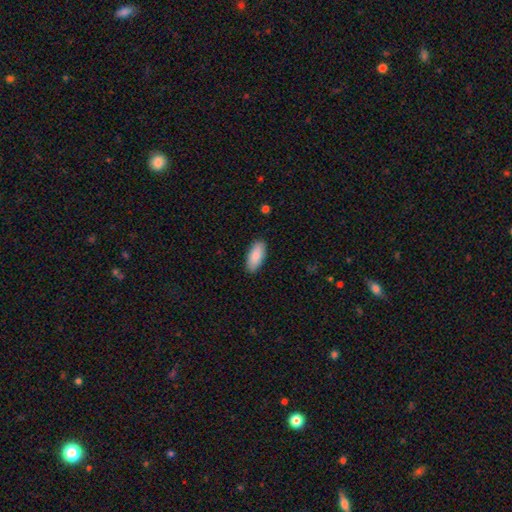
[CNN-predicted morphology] Smooth or featured: smooth — 89% (featured or disk — 6%)
How rounded: in between — 87% (cigar-shaped — 12%)
Merging: none — 89% (minor disturbance — 9%)